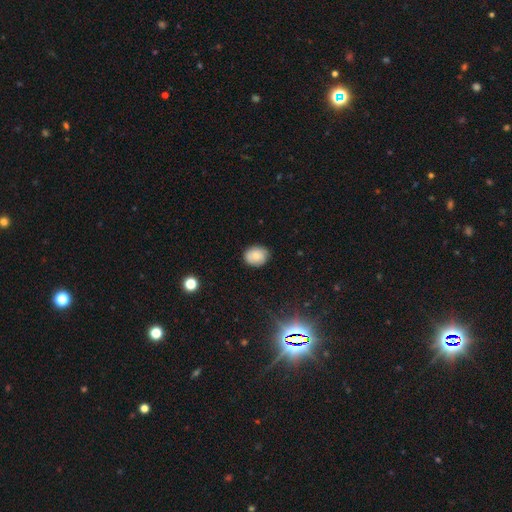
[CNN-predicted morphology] smooth 76%, featured or disk 14%, star or artifact 10%. Down the decision tree: how rounded — round (54%); merging — none (78%).